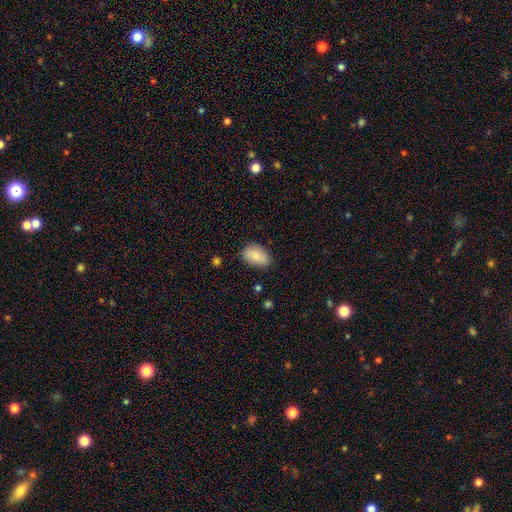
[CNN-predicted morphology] Smooth or featured? Predicted: smooth (p=0.86). How rounded? Predicted: in between (p=0.91). Merging? Predicted: none (p=0.80).